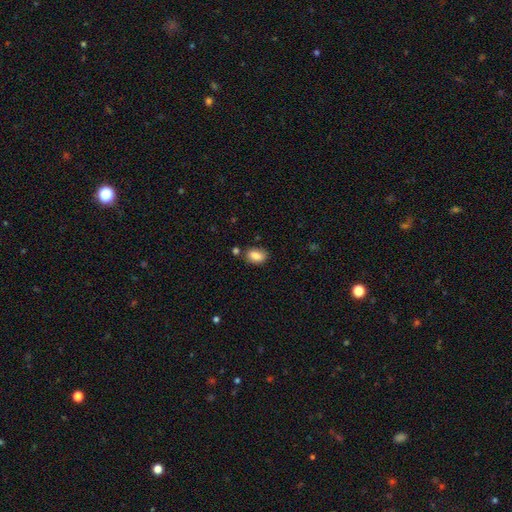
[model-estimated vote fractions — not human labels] Morphology: type=smooth (85%); roundness=in between (84%); merging=none (77%).